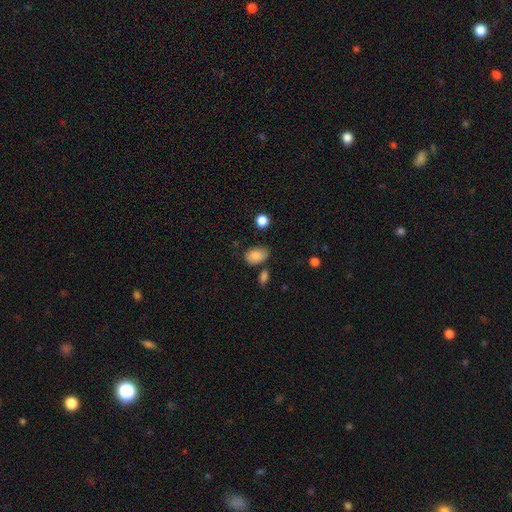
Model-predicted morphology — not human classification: smooth-or-featured: smooth: 84% | star or artifact: 9% | featured or disk: 7%
  how-rounded: in between: 86% | round: 12% | cigar-shaped: 1%
  merging: none: 65% | minor disturbance: 23% | merger: 7% | major disturbance: 5%